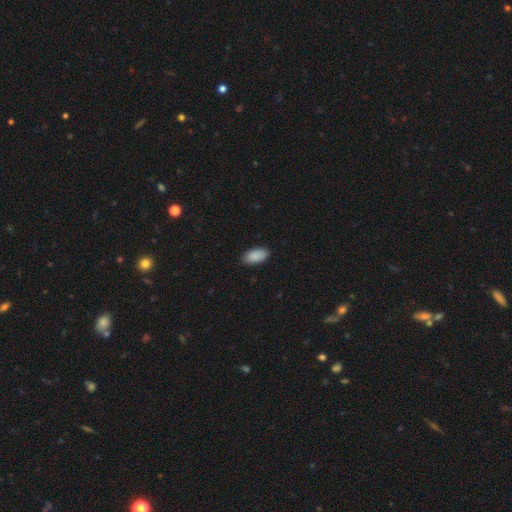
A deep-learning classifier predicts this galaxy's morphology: A smooth galaxy with no disk features (90%) that is in between round and cigar-shaped (94%). Merging: none (87%).